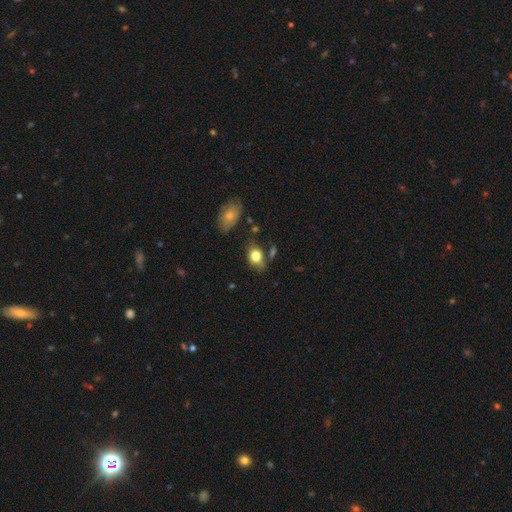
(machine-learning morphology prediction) The model was most divided on "merging": none: 67%, minor disturbance: 21%, merger: 7%, major disturbance: 5%. More confident: smooth or featured — smooth (78%); how rounded — in between (77%).